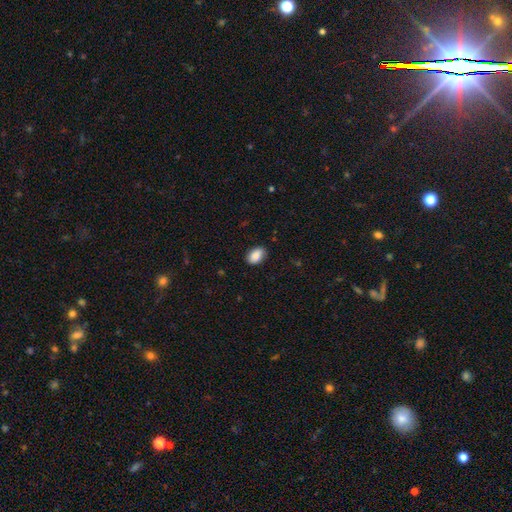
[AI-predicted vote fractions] smooth 89%, star or artifact 7%, featured or disk 4%. Down the decision tree: how rounded — in between (87%); merging — none (86%).